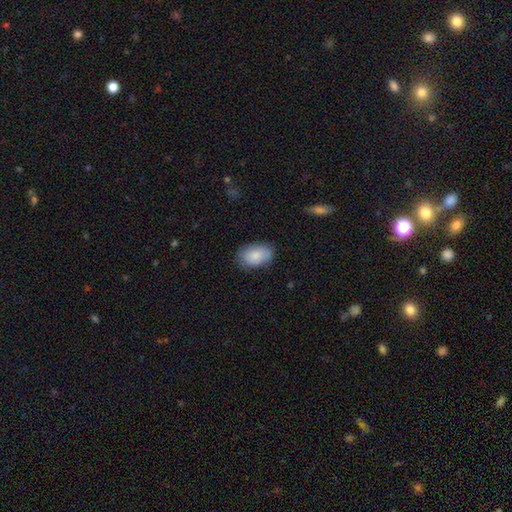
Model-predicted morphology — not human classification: Q: Smooth or featured?
A: smooth (84%); runner-up: featured or disk (10%)
Q: How rounded?
A: in between (90%); runner-up: round (8%)
Q: Merging?
A: none (77%); runner-up: minor disturbance (18%)